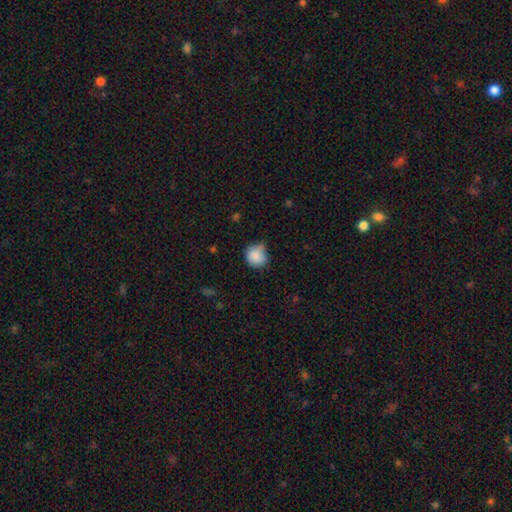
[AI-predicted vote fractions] Q: Smooth or featured?
A: smooth (85%); runner-up: star or artifact (9%)
Q: How rounded?
A: round (86%); runner-up: in between (13%)
Q: Merging?
A: none (55%); runner-up: minor disturbance (34%)